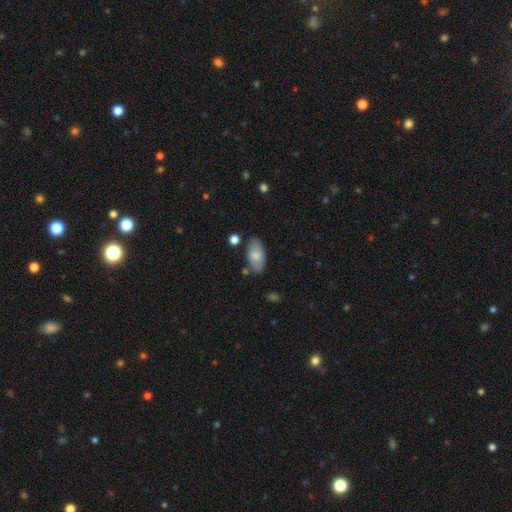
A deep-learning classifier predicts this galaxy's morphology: type=smooth (79%); roundness=in between (94%); merging=none (79%).